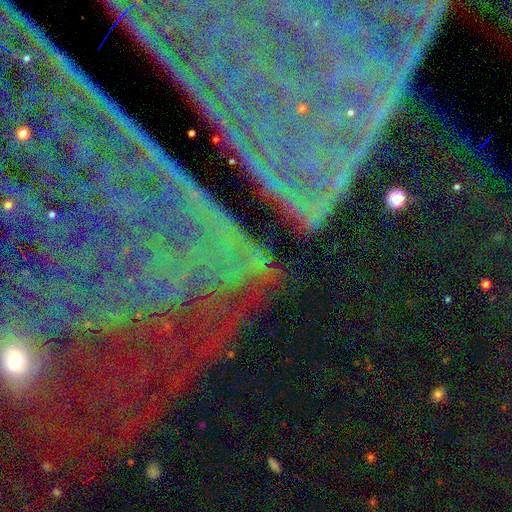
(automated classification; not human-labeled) A star or artifact, not a galaxy (67%).

Vote fractions:
- Smooth or featured? star or artifact: 67% / featured or disk: 21% / smooth: 12%